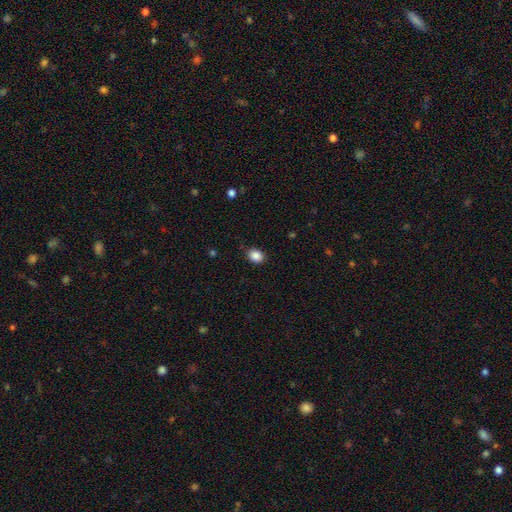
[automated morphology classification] Smooth or featured? smooth (87%)
How rounded? in between (54%)
Merging? none (86%)